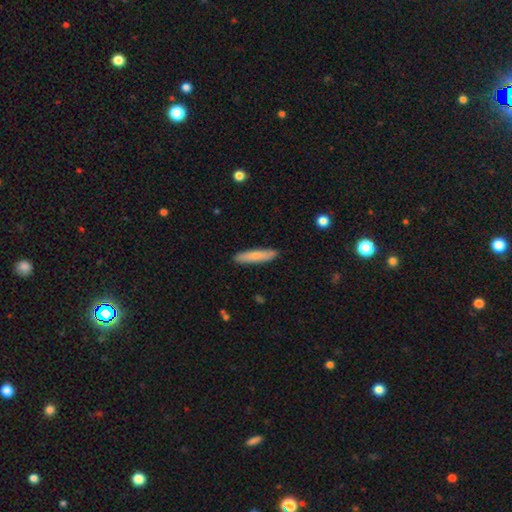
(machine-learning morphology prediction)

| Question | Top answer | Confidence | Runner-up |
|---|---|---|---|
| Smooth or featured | smooth | 76% | featured or disk (19%) |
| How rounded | cigar-shaped | 87% | in between (12%) |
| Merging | none | 88% | minor disturbance (9%) |